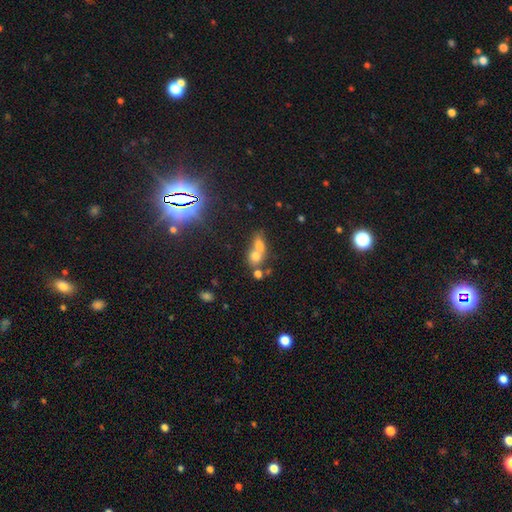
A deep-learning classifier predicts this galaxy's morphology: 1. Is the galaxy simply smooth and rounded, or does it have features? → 67% smooth, 18% featured or disk, 15% star or artifact.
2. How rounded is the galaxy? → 52% round, 44% in between, 4% cigar-shaped.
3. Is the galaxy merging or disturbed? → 68% merger, 22% none, 6% minor disturbance, 4% major disturbance.